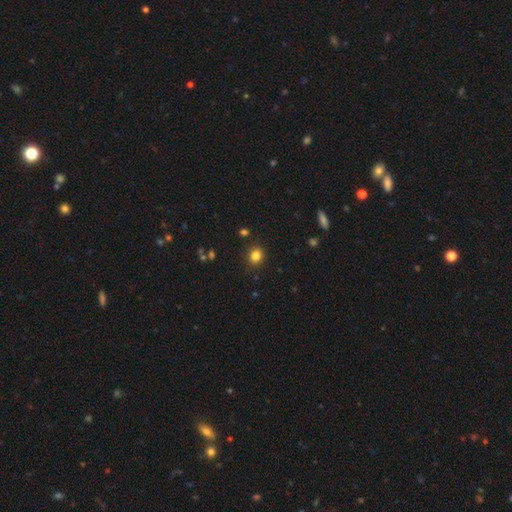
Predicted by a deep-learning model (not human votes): A smooth galaxy with no disk features (82%) that is round (76%).

Vote fractions:
- Smooth or featured? smooth: 82% / star or artifact: 12% / featured or disk: 6%
- How rounded? round: 76% / in between: 23% / cigar-shaped: 1%
- Merging? none: 88% / minor disturbance: 8% / major disturbance: 2% / merger: 2%